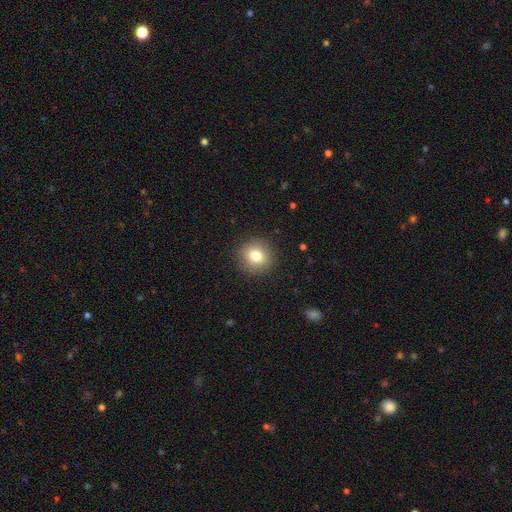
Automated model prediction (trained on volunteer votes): Smooth or featured: smooth — 80% (star or artifact — 10%)
How rounded: round — 88% (in between — 11%)
Merging: none — 90% (minor disturbance — 6%)